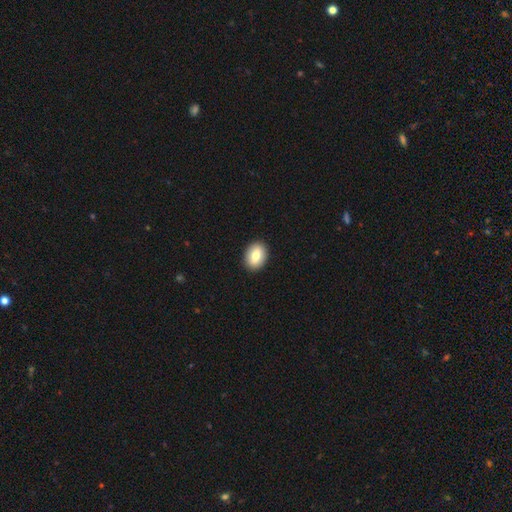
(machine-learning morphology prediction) Overall: smooth (77%). How rounded: in between (74%). Merging: none (91%).